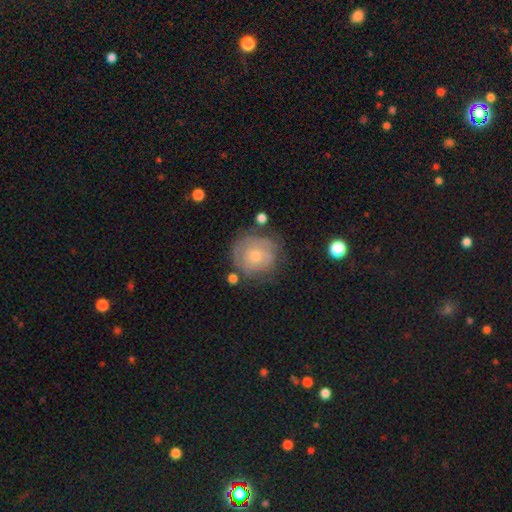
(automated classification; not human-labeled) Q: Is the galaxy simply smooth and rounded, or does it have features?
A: featured or disk — 52%.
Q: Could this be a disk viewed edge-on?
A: no — 97%.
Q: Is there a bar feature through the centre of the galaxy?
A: no — 86%.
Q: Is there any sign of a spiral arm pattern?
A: yes — 59%.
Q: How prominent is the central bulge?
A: small — 57%.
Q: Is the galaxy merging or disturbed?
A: none — 68%.